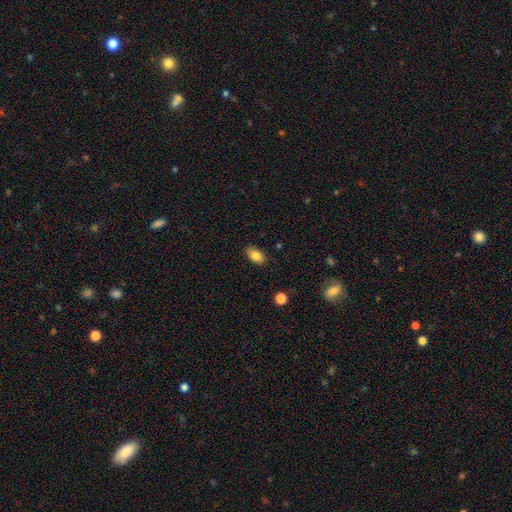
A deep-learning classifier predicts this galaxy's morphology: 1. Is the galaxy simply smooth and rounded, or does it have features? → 83% smooth, 8% featured or disk, 8% star or artifact.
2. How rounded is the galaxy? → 90% in between, 7% round, 2% cigar-shaped.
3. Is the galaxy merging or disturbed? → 83% none, 13% minor disturbance, 3% major disturbance, 1% merger.